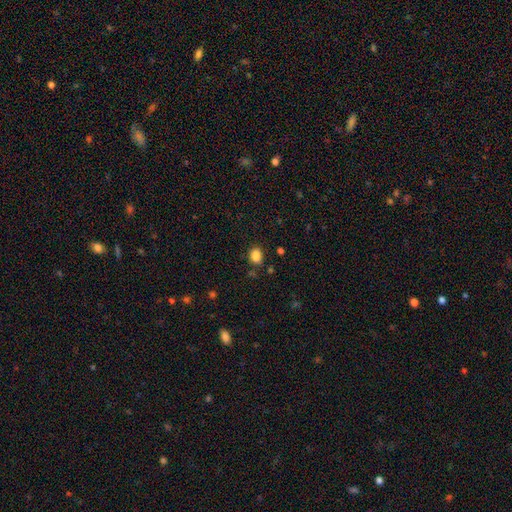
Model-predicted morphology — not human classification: This appears to be a smooth galaxy with no disk features (85%) that is in between round and cigar-shaped (66%). Merging: none (80%).